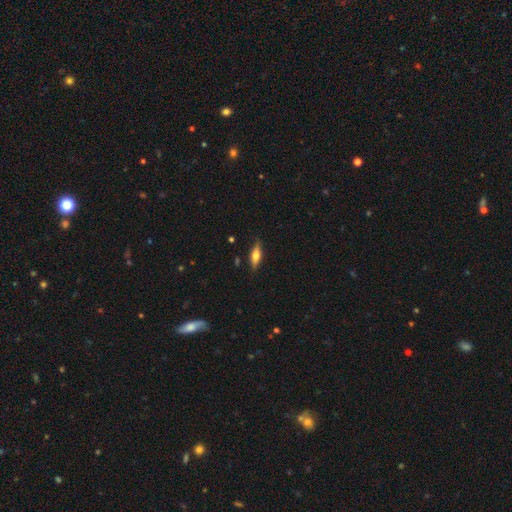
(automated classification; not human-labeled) smooth_or_featured: smooth (p=0.49) [alt: featured or disk p=0.45]
merging: none (p=0.85) [alt: minor disturbance p=0.11]